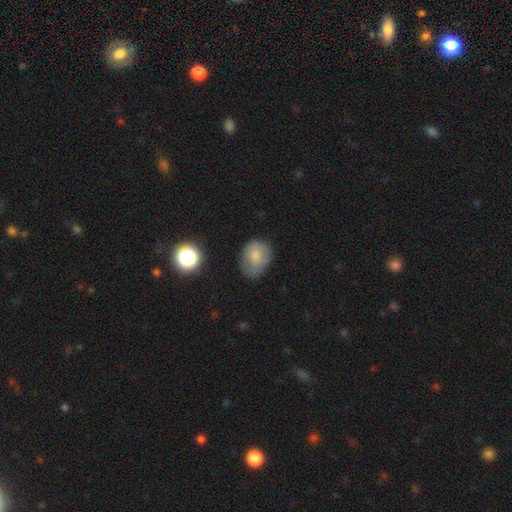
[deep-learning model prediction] This is likely a smooth galaxy (72%). How rounded: possibly in between (60%). Merging: possibly none (59%).